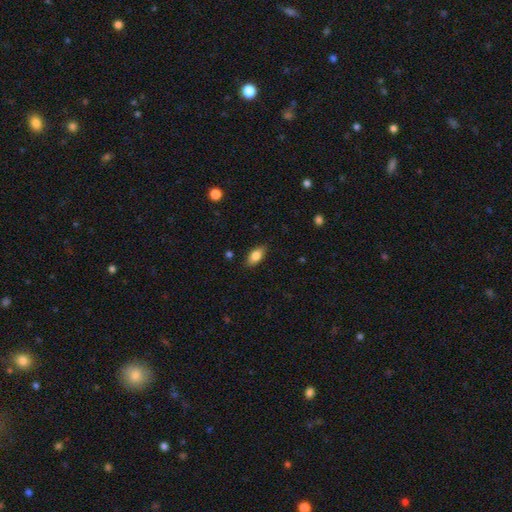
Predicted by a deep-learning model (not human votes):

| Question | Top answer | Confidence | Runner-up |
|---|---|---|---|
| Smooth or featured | smooth | 81% | featured or disk (11%) |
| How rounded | in between | 89% | cigar-shaped (8%) |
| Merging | none | 85% | minor disturbance (11%) |